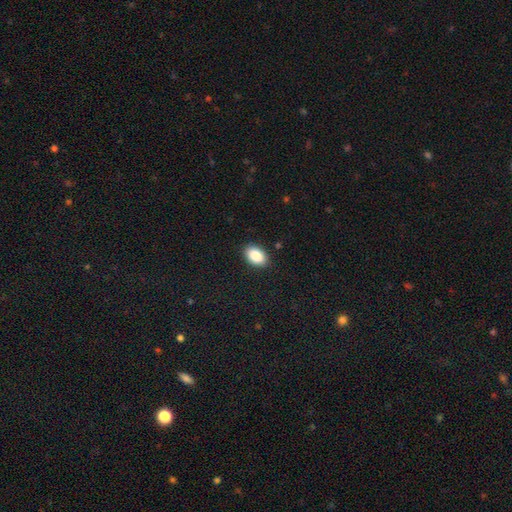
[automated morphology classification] smooth 88%, star or artifact 7%, featured or disk 5%. Down the decision tree: how rounded — in between (90%); merging — none (89%).